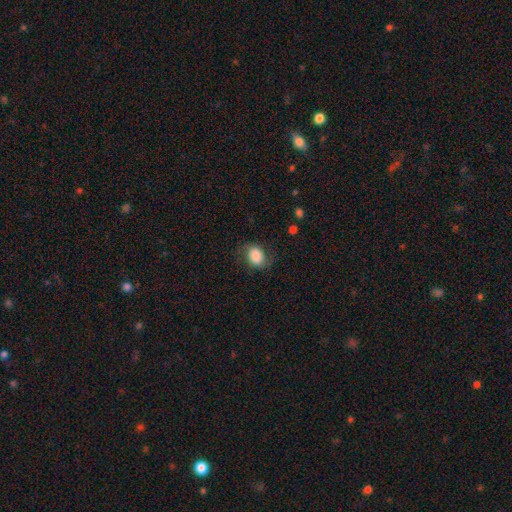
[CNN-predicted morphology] Smooth or featured? Predicted: smooth (p=0.79). How rounded? Predicted: in between (p=0.57). Merging? Predicted: none (p=0.70).